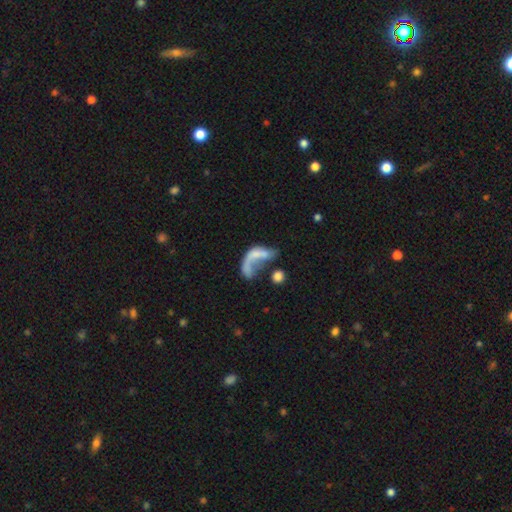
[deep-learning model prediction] Smooth or featured?
  - featured or disk: 50% *
  - smooth: 40%
  - star or artifact: 10%
Edge-on disk?
  - no: 95% *
  - yes: 5%
Merging?
  - major disturbance: 43% *
  - merger: 29%
  - none: 17%
  - minor disturbance: 11%